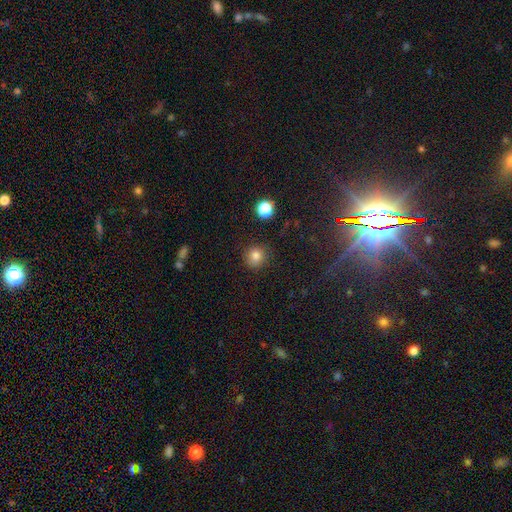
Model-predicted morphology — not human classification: A smooth galaxy with no disk features (82%) that is round (91%).

Vote fractions:
- Smooth or featured? smooth: 82% / star or artifact: 13% / featured or disk: 6%
- How rounded? round: 91% / in between: 8% / cigar-shaped: 1%
- Merging? none: 88% / minor disturbance: 8% / major disturbance: 2% / merger: 1%